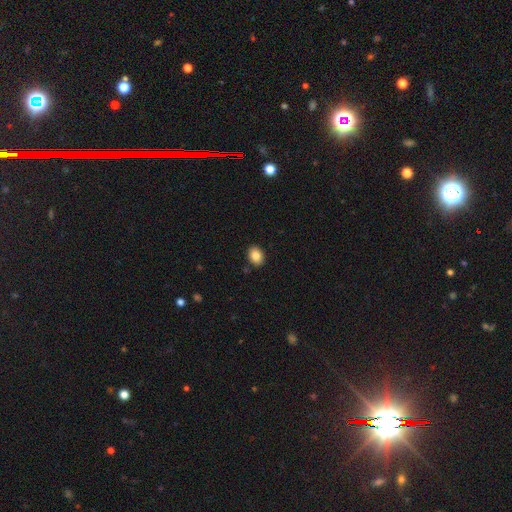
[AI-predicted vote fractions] smooth 86%, star or artifact 8%, featured or disk 6%. Down the decision tree: how rounded — in between (66%); merging — none (89%).